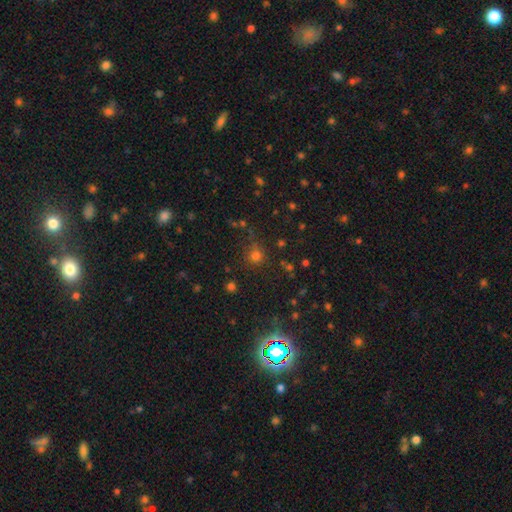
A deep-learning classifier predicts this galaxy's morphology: Smooth or featured? Predicted: smooth (p=0.69). How rounded? Predicted: round (p=0.89). Merging? Predicted: none (p=0.75).